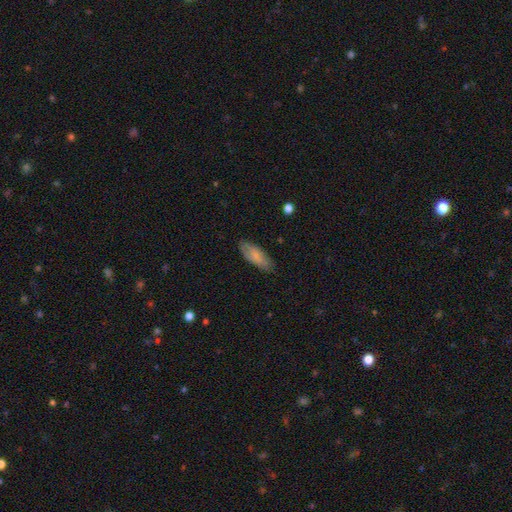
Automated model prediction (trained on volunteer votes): This appears to be a smooth galaxy with no disk features (71%) that is in between round and cigar-shaped (76%). Merging: none (78%).